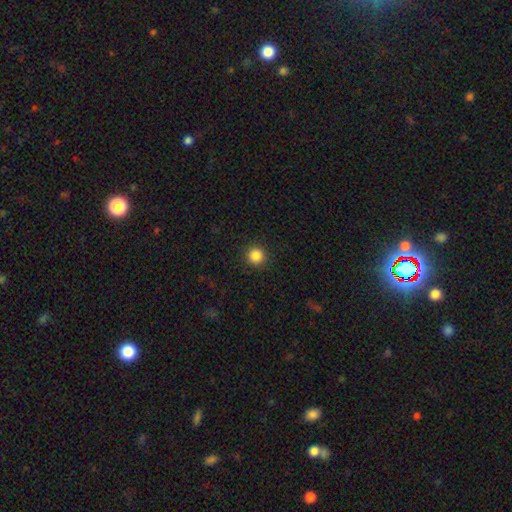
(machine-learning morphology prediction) Overall: smooth (86%). How rounded: round (95%). Merging: none (92%).